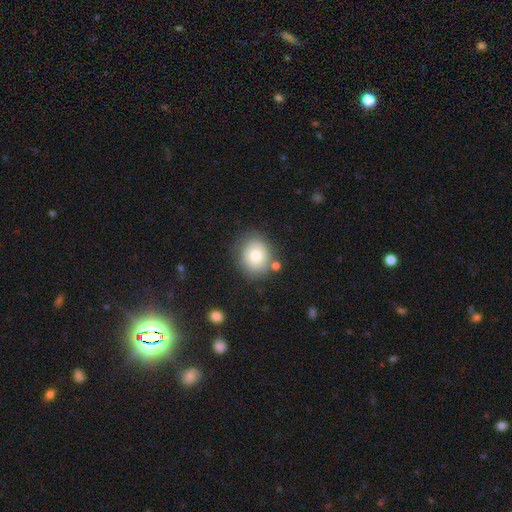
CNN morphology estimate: The model was most divided on "how rounded": round: 71%, in between: 29%, cigar-shaped: 1%. More confident: merging — none (75%); smooth or featured — smooth (75%).